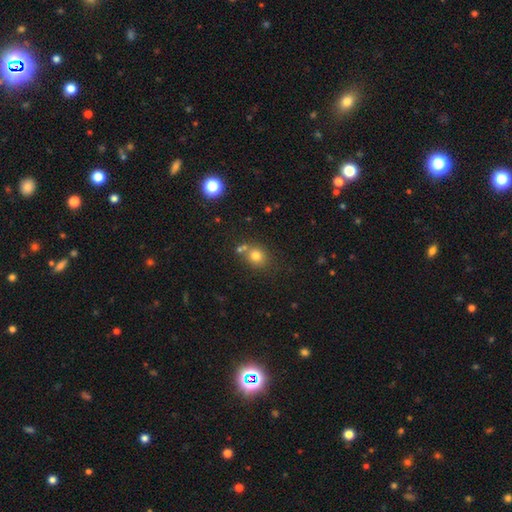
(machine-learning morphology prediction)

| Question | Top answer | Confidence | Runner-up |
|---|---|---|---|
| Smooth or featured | smooth | 76% | star or artifact (14%) |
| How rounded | round | 74% | in between (25%) |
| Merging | none | 64% | merger (20%) |